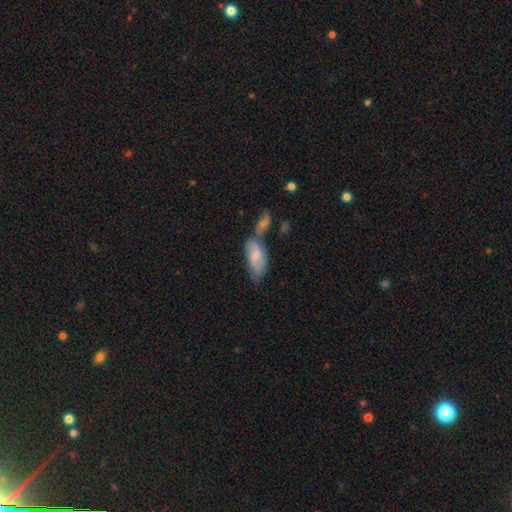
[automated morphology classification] smooth-or-featured: smooth: 62% | featured or disk: 31% | star or artifact: 7%
  how-rounded: in between: 89% | cigar-shaped: 8% | round: 3%
  merging: merger: 38% | none: 32% | minor disturbance: 21% | major disturbance: 9%